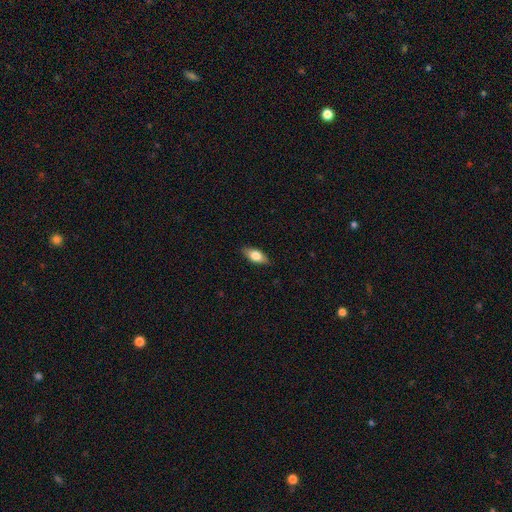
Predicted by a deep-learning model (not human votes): Overall: smooth (70%). How rounded: in between (82%). Merging: none (86%).